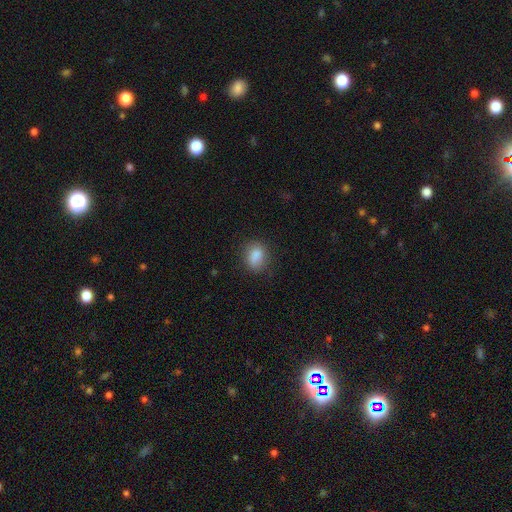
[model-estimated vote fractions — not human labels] Smooth or featured? Predicted: smooth (p=0.85). How rounded? Predicted: in between (p=0.59). Merging? Predicted: none (p=0.73).